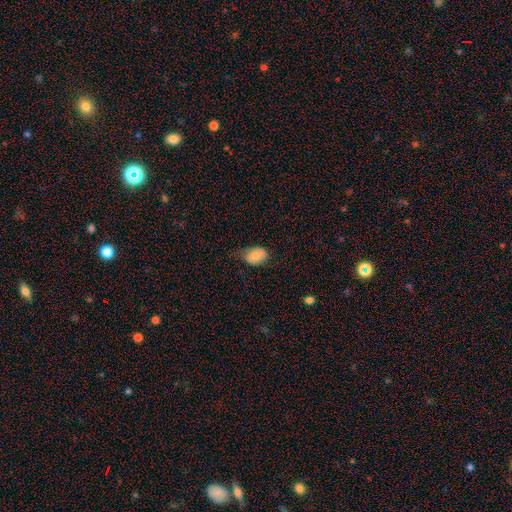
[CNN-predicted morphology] A smooth galaxy with no disk features (78%) that is in between round and cigar-shaped (74%).

Vote fractions:
- Smooth or featured? smooth: 78% / featured or disk: 15% / star or artifact: 7%
- How rounded? in between: 74% / round: 25% / cigar-shaped: 1%
- Merging? none: 47% / minor disturbance: 39% / major disturbance: 13% / merger: 1%